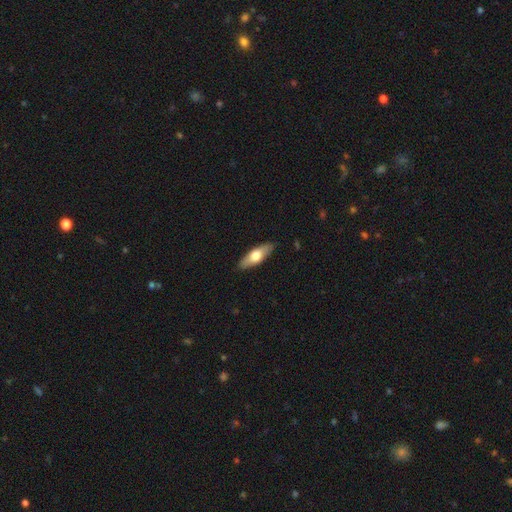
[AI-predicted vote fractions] This appears to be a smooth galaxy with no disk features (61%) that is in between round and cigar-shaped (57%). Merging: none (88%).